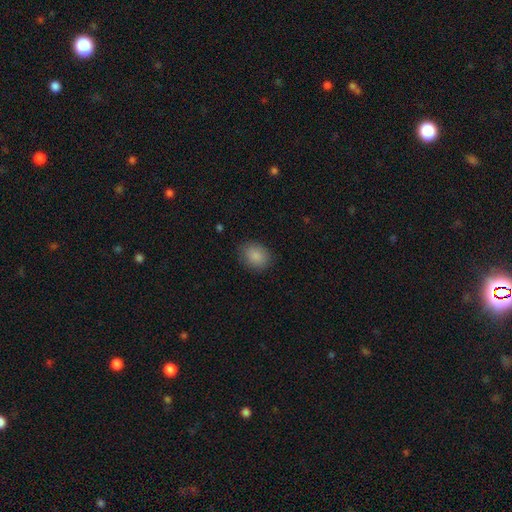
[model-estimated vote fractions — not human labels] Overall: smooth (87%). How rounded: in between (54%; round 45%). Merging: none (84%).